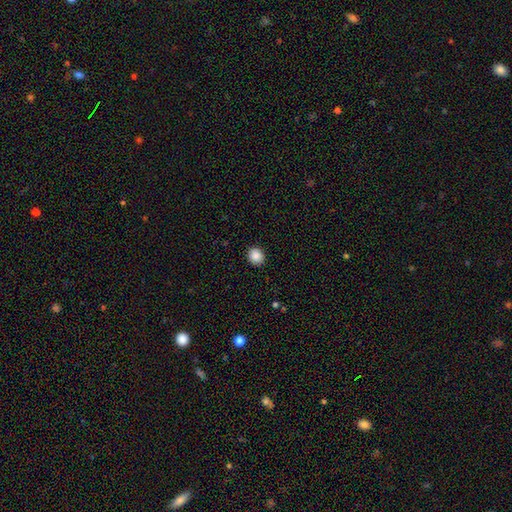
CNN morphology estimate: This appears to be a smooth galaxy with no disk features (88%) that is round (83%). Merging: none (92%).